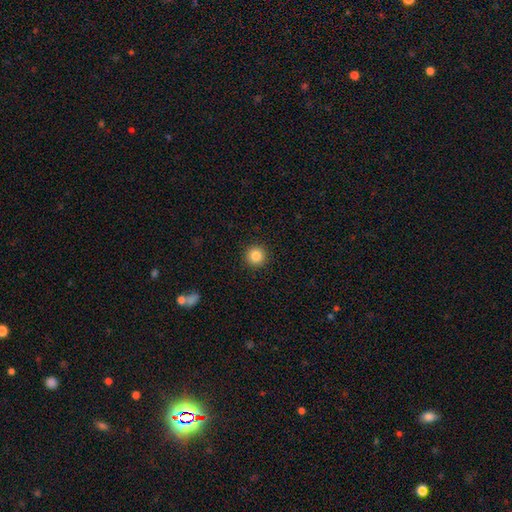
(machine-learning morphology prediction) Overall: smooth (86%). How rounded: round (96%). Merging: none (93%).